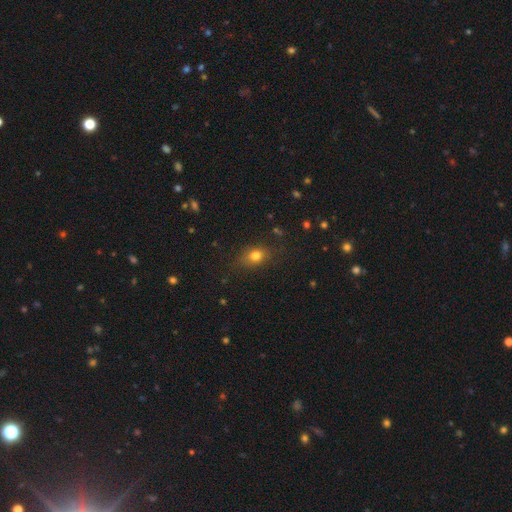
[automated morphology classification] Overall: smooth (77%). How rounded: in between (60%; round 37%). Merging: none (79%).